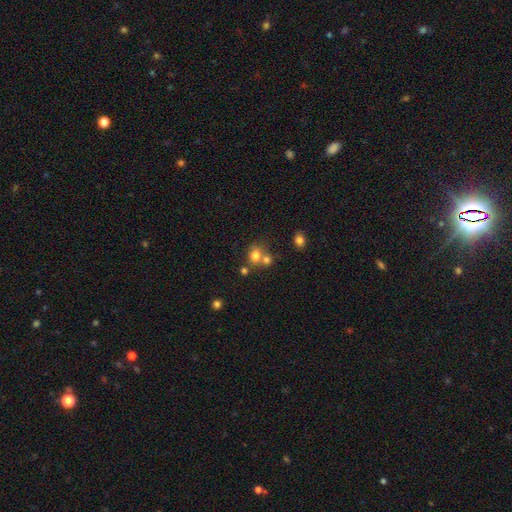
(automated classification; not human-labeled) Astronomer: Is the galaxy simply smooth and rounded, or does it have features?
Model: smooth — 75%.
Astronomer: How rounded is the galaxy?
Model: round — 75%.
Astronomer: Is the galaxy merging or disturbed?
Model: none — 45% (runner-up: merger, 42%).